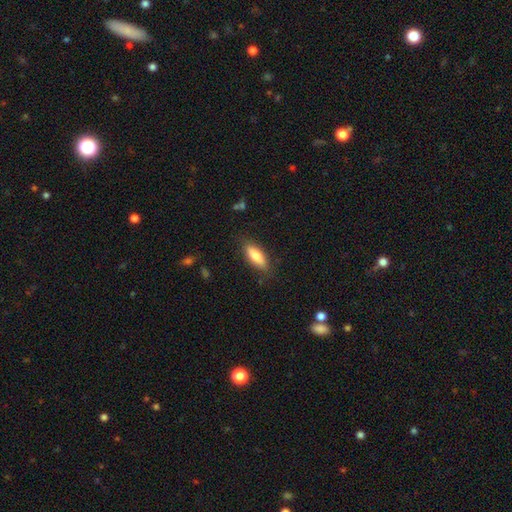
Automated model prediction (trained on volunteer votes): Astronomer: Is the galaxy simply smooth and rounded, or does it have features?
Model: smooth — 78%.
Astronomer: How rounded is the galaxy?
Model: in between — 66%.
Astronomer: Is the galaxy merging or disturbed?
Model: none — 82%.